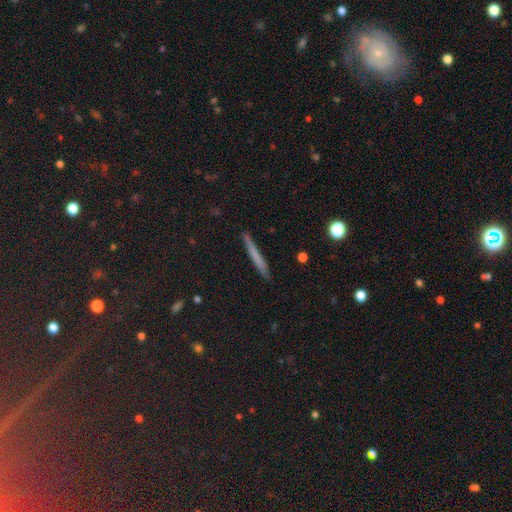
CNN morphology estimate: smooth-or-featured: smooth: 63% | featured or disk: 28% | star or artifact: 8%
  how-rounded: cigar-shaped: 96% | in between: 2% | round: 2%
  merging: none: 90% | minor disturbance: 7% | major disturbance: 1% | merger: 1%